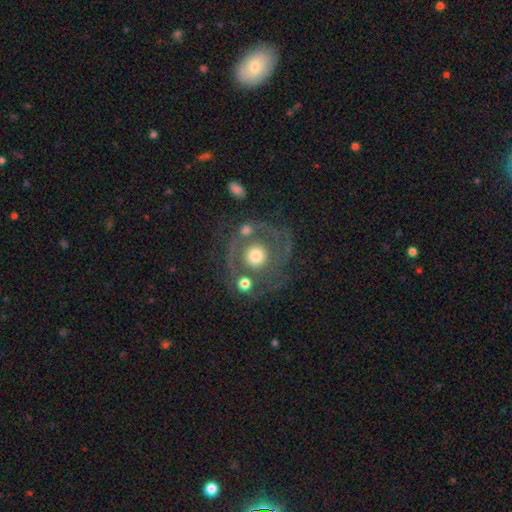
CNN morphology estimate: Smooth or featured? Predicted: featured or disk (p=0.59). Edge-on disk? Predicted: no (p=0.97). Bar? Predicted: no (p=0.88). Spiral arms? Predicted: yes (p=0.54). Bulge size? Predicted: moderate (p=0.54). Merging? Predicted: none (p=0.56).